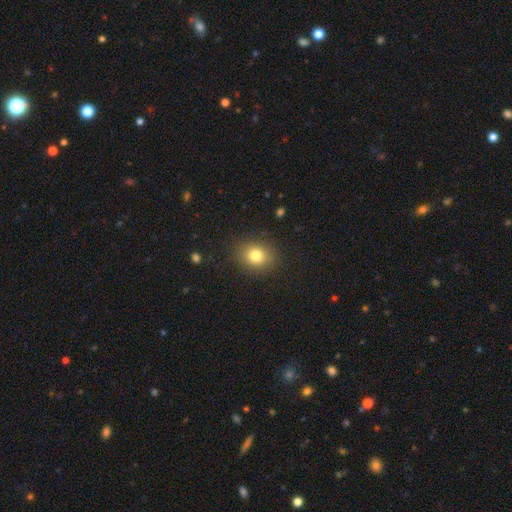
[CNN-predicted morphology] The model was most divided on "how rounded": round: 63%, in between: 36%, cigar-shaped: 1%. More confident: merging — none (88%); smooth or featured — smooth (79%).